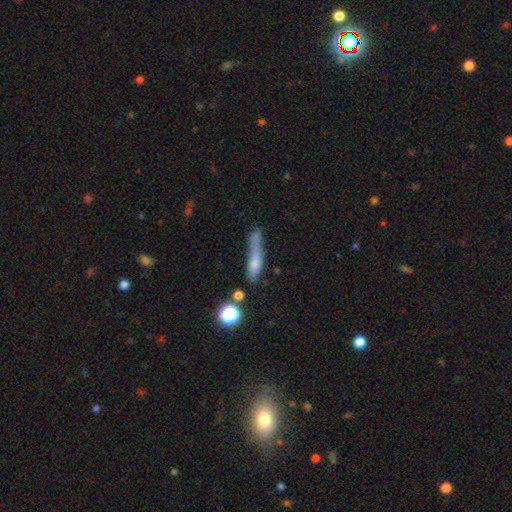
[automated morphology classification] Smooth or featured? smooth (52%)
How rounded? cigar-shaped (84%)
Merging? none (53%)